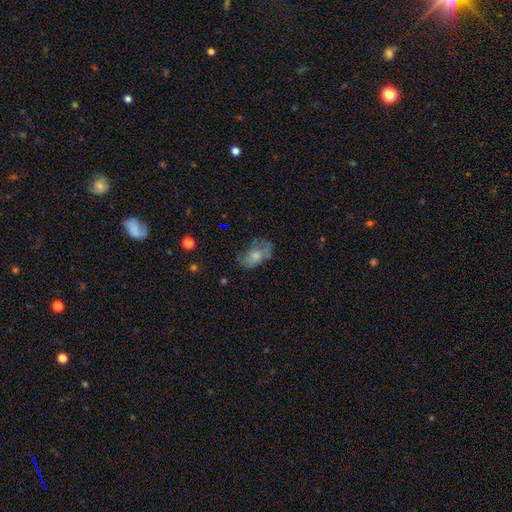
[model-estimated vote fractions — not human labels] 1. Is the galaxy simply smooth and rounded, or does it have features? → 55% smooth, 36% featured or disk, 9% star or artifact.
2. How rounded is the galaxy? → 89% in between, 9% round, 2% cigar-shaped.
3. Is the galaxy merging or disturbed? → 50% none, 28% minor disturbance, 20% major disturbance, 3% merger.